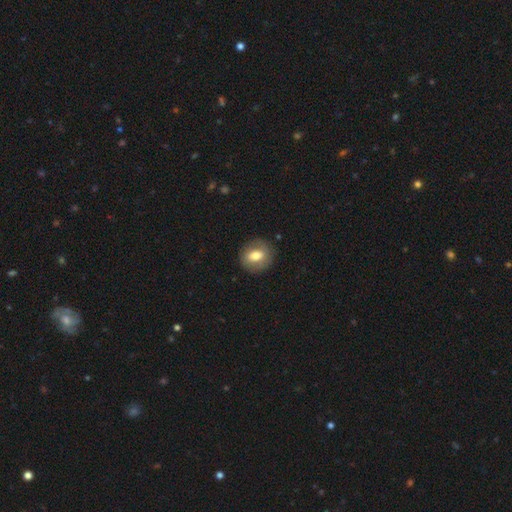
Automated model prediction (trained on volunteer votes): This appears to be a smooth galaxy with no disk features (63%) that is round (59%). Merging: none (83%).